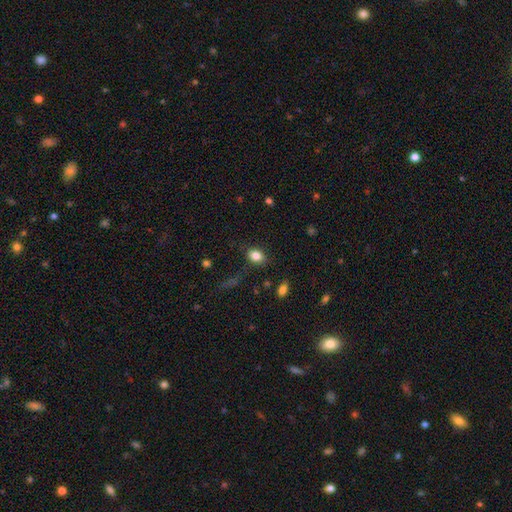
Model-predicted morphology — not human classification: A smooth galaxy with no disk features (83%) that is in between round and cigar-shaped (68%).

Vote fractions:
- Smooth or featured? smooth: 83% / star or artifact: 10% / featured or disk: 7%
- How rounded? in between: 68% / round: 31% / cigar-shaped: 2%
- Merging? none: 80% / minor disturbance: 14% / major disturbance: 4% / merger: 2%